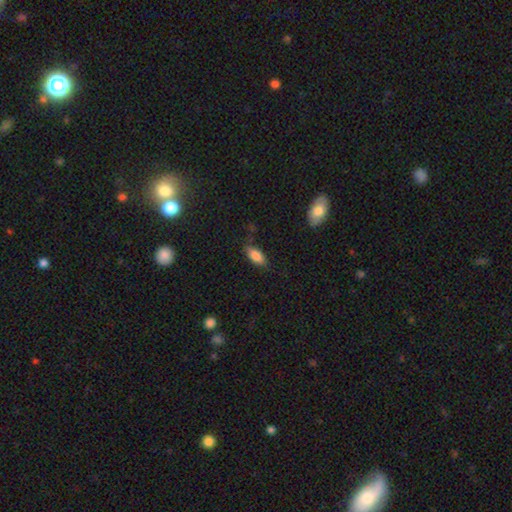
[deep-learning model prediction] Overall: smooth (84%). How rounded: in between (86%). Merging: none (69%).